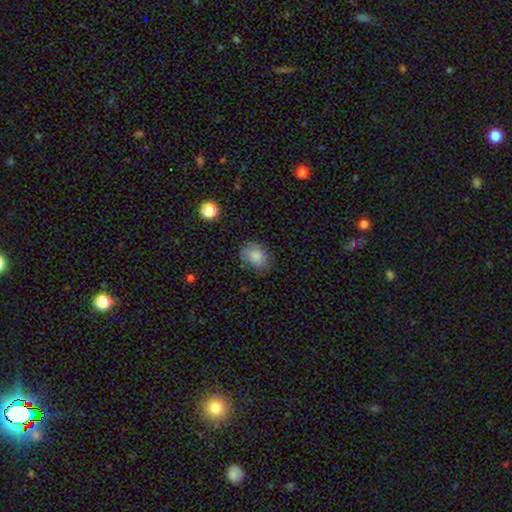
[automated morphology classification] Smooth or featured? smooth (84%)
How rounded? in between (68%)
Merging? none (74%)